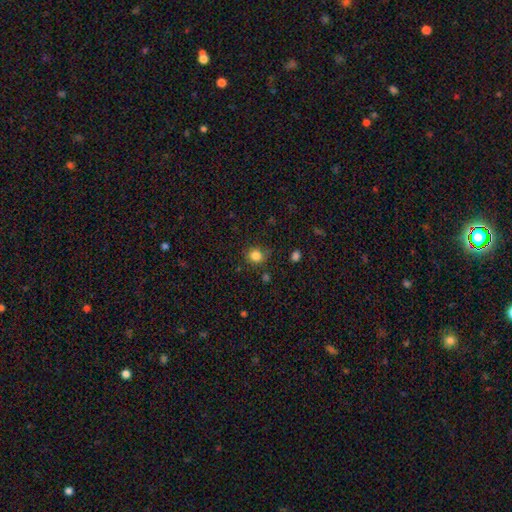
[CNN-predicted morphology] smooth 83%, star or artifact 12%, featured or disk 5%. Down the decision tree: how rounded — round (82%); merging — none (80%).